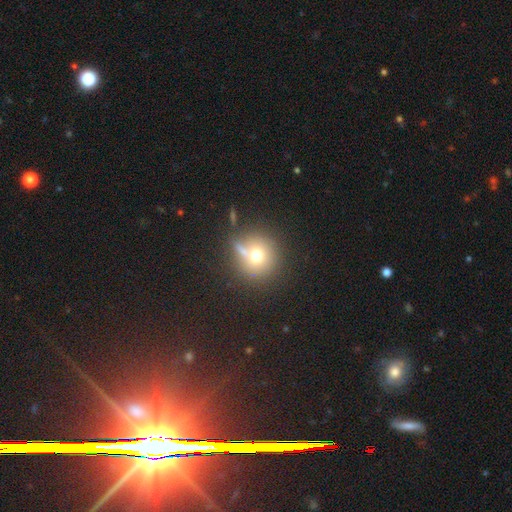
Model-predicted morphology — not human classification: Q: Smooth or featured?
A: smooth (69%); runner-up: featured or disk (17%)
Q: How rounded?
A: round (90%); runner-up: in between (9%)
Q: Merging?
A: none (60%); runner-up: merger (17%)